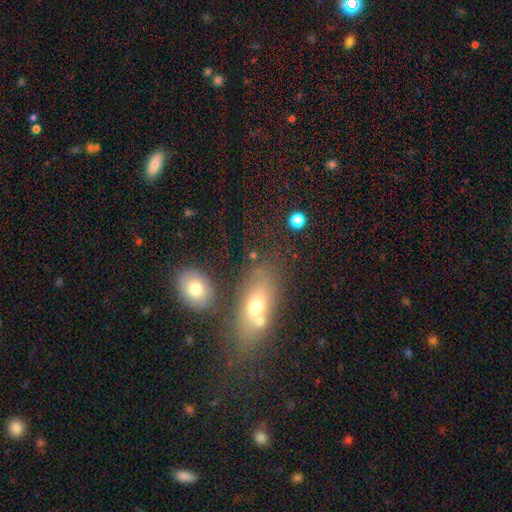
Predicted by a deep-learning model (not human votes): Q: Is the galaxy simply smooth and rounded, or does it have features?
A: smooth — 58%.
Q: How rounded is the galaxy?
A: in between — 66%.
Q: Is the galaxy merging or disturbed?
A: none — 49%.